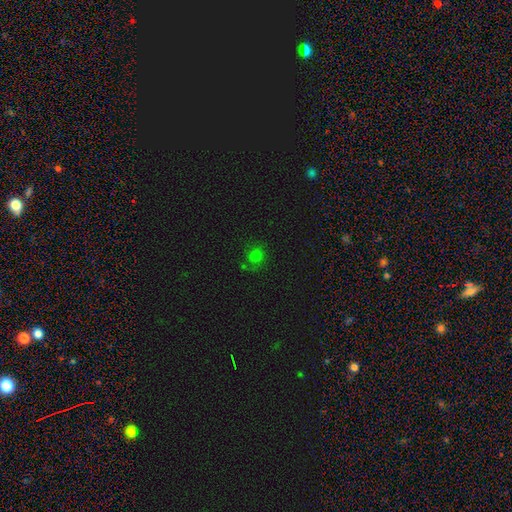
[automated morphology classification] A smooth galaxy with no disk features (68%) that is round (76%). Merging: none (66%).